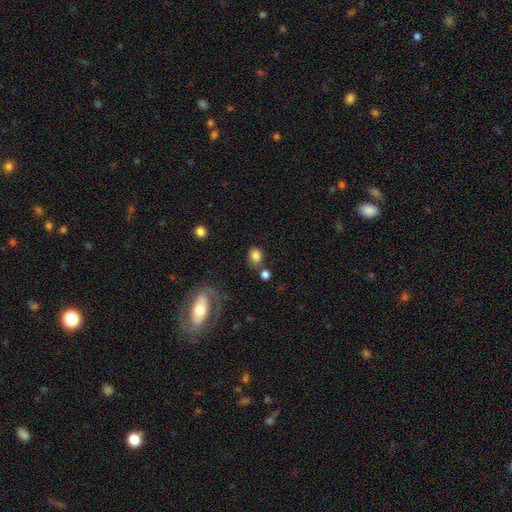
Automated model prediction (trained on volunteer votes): smooth_or_featured: smooth (p=0.82) [alt: star or artifact p=0.10]
how_rounded: in between (p=0.54) [alt: round p=0.44]
merging: none (p=0.66) [alt: minor disturbance p=0.15]